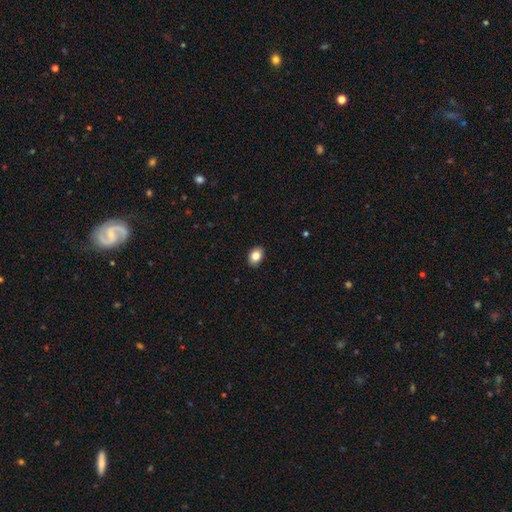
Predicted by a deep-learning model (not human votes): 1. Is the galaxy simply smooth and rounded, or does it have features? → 84% smooth, 9% star or artifact, 8% featured or disk.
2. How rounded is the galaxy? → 75% in between, 24% round, 1% cigar-shaped.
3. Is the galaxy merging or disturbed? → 89% none, 8% minor disturbance, 2% major disturbance, 1% merger.